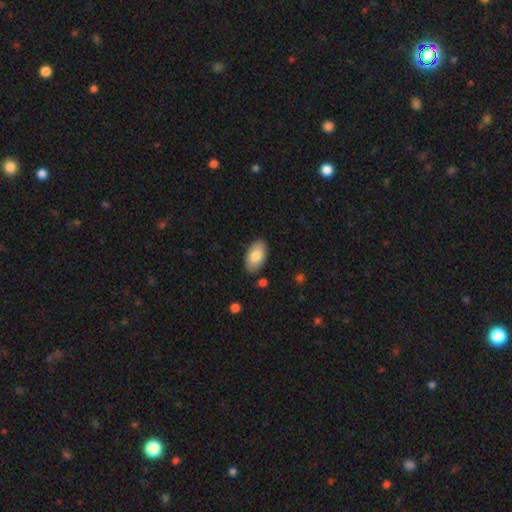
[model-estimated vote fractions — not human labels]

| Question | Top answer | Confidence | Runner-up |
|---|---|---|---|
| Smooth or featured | smooth | 81% | featured or disk (13%) |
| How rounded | in between | 95% | round (3%) |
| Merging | none | 86% | minor disturbance (10%) |